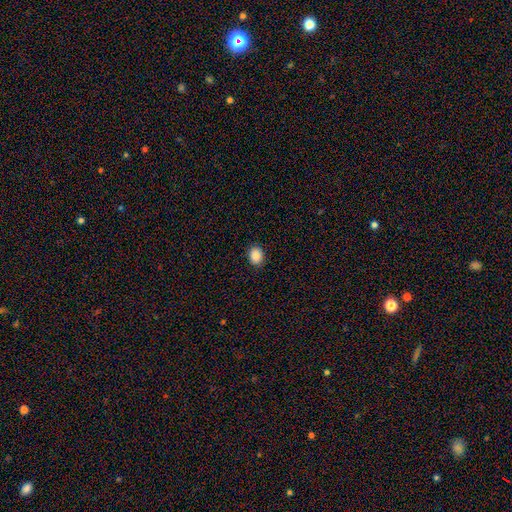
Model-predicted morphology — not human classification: Smooth or featured: smooth — 89% (star or artifact — 9%)
How rounded: in between — 54% (round — 45%)
Merging: none — 90% (minor disturbance — 7%)